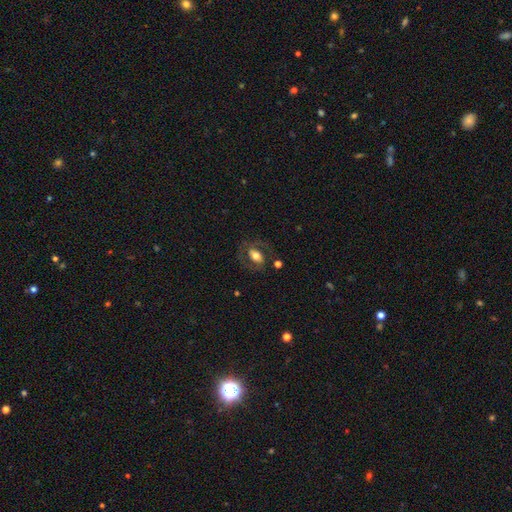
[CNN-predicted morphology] A featured or disk galaxy (52%).

Vote fractions:
- Smooth or featured? featured or disk: 52% / smooth: 41% / star or artifact: 7%
- Edge-on disk? no: 94% / yes: 6%
- Merging? none: 69% / minor disturbance: 15% / major disturbance: 13% / merger: 2%